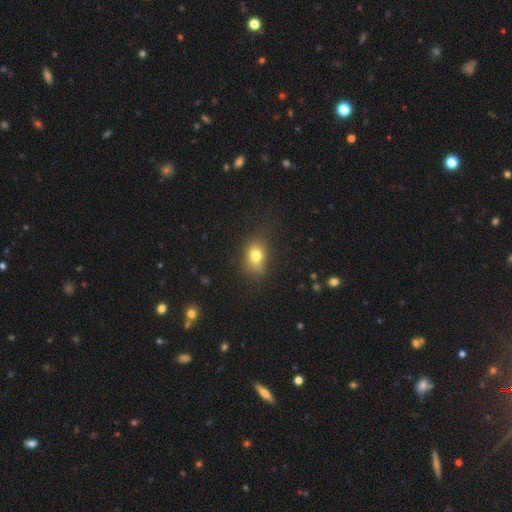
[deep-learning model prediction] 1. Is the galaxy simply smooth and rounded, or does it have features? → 76% smooth, 13% star or artifact, 11% featured or disk.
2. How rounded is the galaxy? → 59% in between, 39% round, 2% cigar-shaped.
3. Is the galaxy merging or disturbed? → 64% none, 25% minor disturbance, 9% major disturbance, 2% merger.